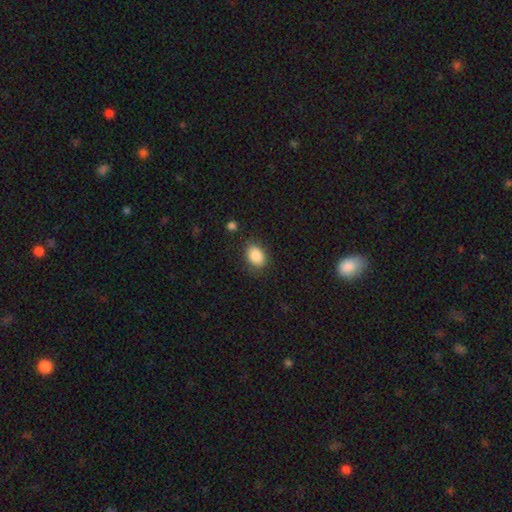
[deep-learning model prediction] smooth-or-featured: smooth: 87% | star or artifact: 8% | featured or disk: 5%
  how-rounded: in between: 76% | round: 23% | cigar-shaped: 1%
  merging: none: 81% | minor disturbance: 14% | major disturbance: 4% | merger: 2%